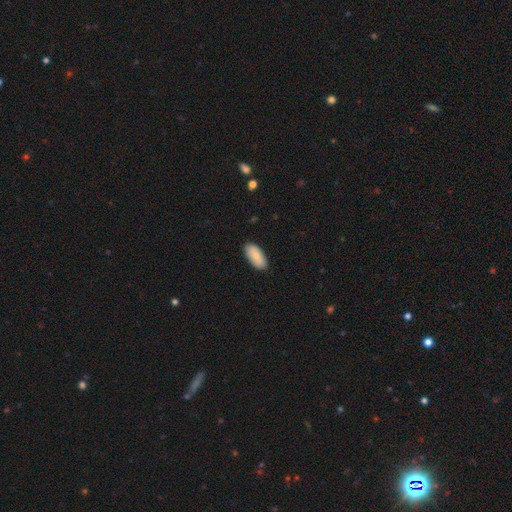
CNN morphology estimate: Smooth or featured? Predicted: smooth (p=0.83). How rounded? Predicted: in between (p=0.93). Merging? Predicted: none (p=0.88).